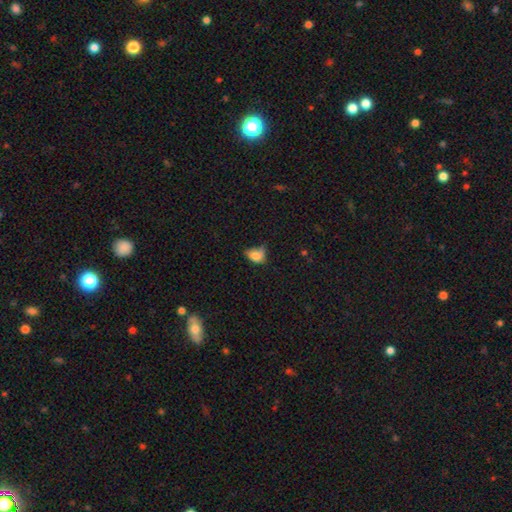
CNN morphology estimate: smooth-or-featured: smooth: 77% | featured or disk: 12% | star or artifact: 11%
  how-rounded: in between: 76% | round: 22% | cigar-shaped: 2%
  merging: minor disturbance: 41% | none: 31% | major disturbance: 22% | merger: 5%